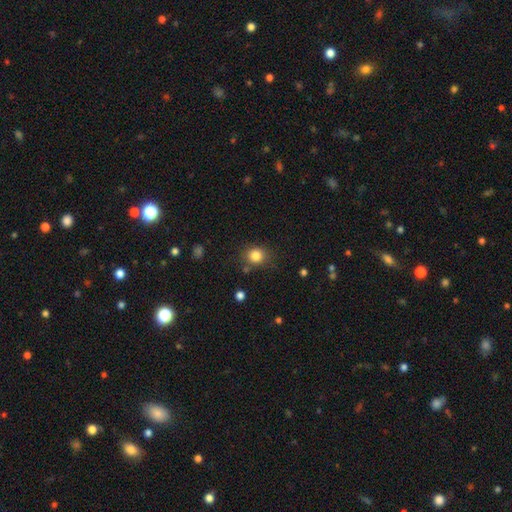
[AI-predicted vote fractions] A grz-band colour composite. It shows a smooth galaxy with no disk features (83%) that is round (77%). Merging: none (79%).